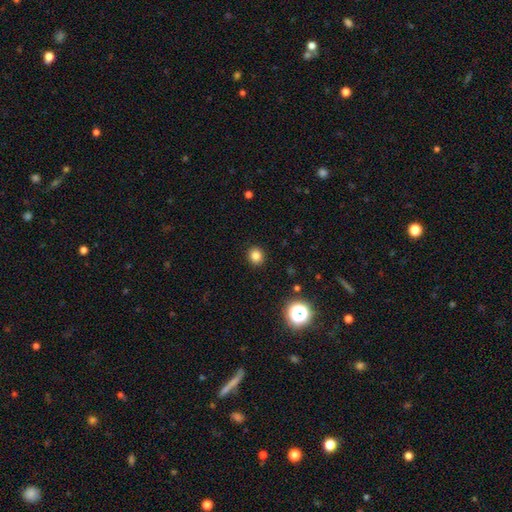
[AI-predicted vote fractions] Smooth or featured? smooth (82%)
How rounded? round (85%)
Merging? none (91%)